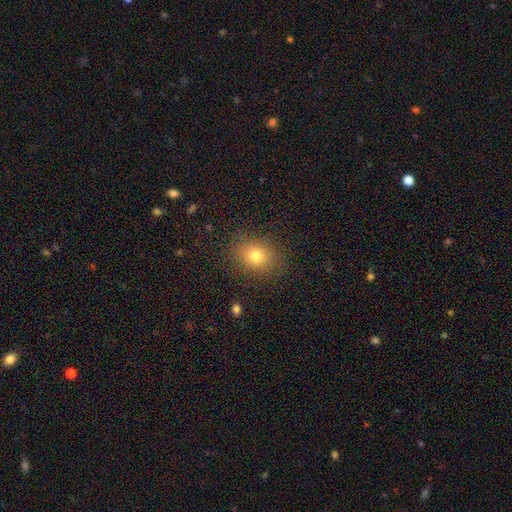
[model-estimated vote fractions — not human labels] Smooth or featured? Predicted: smooth (p=0.77). How rounded? Predicted: round (p=0.58). Merging? Predicted: none (p=0.85).